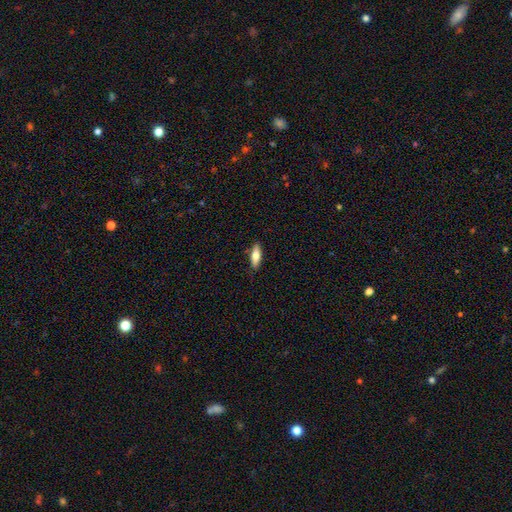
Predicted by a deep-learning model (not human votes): The model was most divided on "how rounded": in between: 54%, cigar-shaped: 44%, round: 2%. More confident: merging — none (88%); smooth or featured — smooth (65%).